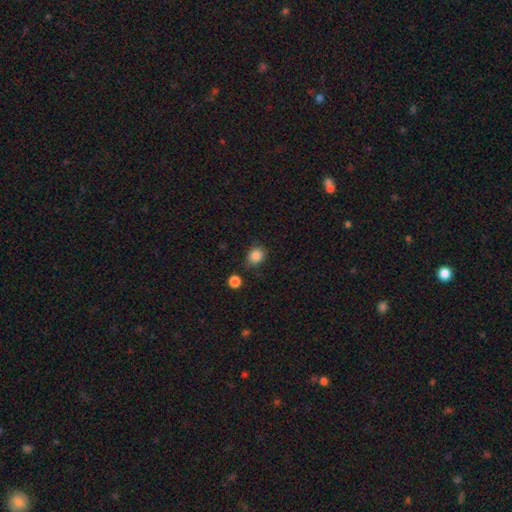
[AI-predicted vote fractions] Smooth or featured? Predicted: smooth (p=0.86). How rounded? Predicted: round (p=0.66). Merging? Predicted: none (p=0.76).